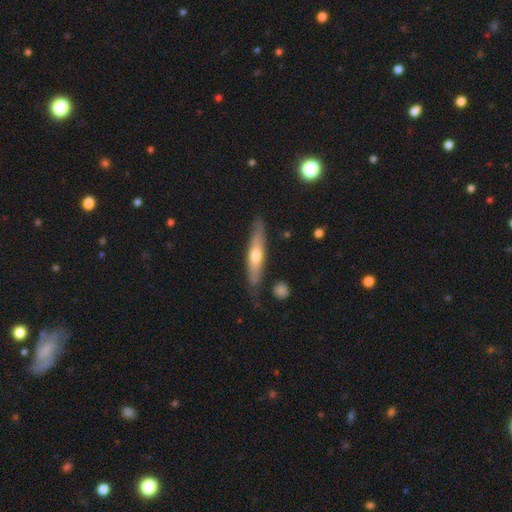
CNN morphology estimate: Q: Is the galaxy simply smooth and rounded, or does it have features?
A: featured or disk — 51%.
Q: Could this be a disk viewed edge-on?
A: yes — 83%.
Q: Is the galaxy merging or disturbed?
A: none — 77%.